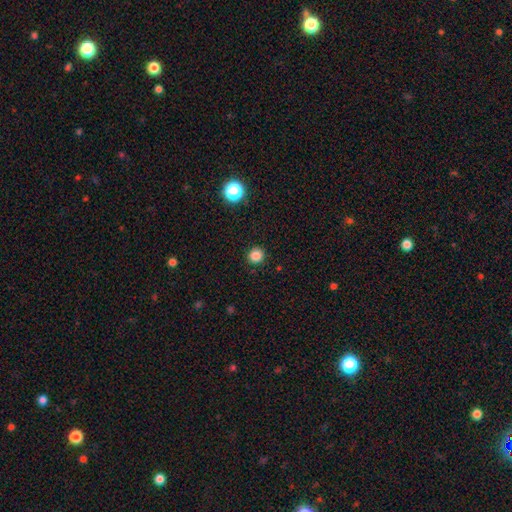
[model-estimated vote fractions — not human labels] A smooth galaxy with no disk features (84%) that is round (94%).

Vote fractions:
- Smooth or featured? smooth: 84% / star or artifact: 13% / featured or disk: 4%
- How rounded? round: 94% / in between: 5% / cigar-shaped: 1%
- Merging? none: 92% / minor disturbance: 5% / major disturbance: 2% / merger: 1%